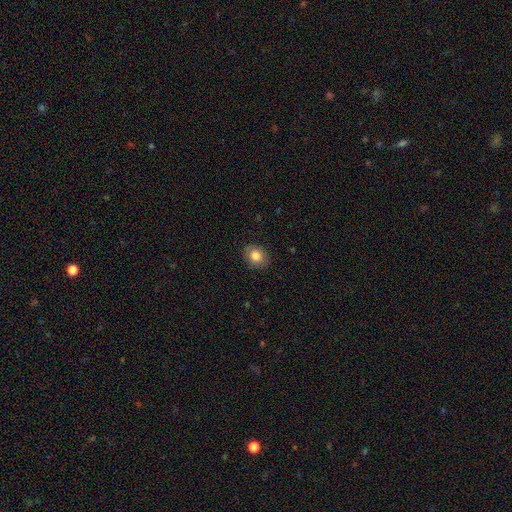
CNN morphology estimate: Smooth or featured?
  - smooth: 82% *
  - featured or disk: 9%
  - star or artifact: 9%
How rounded?
  - round: 57% *
  - in between: 42%
  - cigar-shaped: 1%
Merging?
  - none: 87% *
  - minor disturbance: 10%
  - major disturbance: 2%
  - merger: 1%